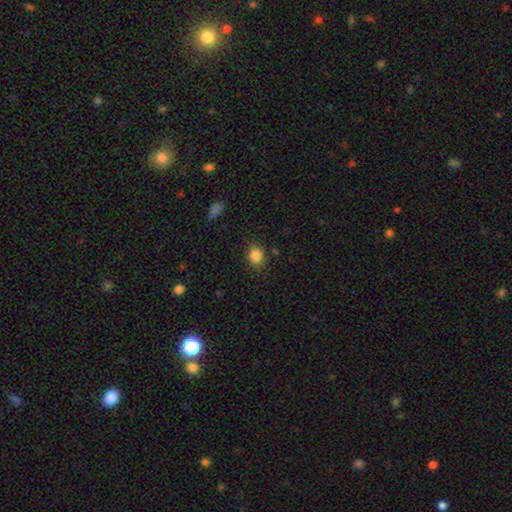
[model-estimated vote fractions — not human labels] smooth-or-featured: smooth: 86% | star or artifact: 10% | featured or disk: 4%
  how-rounded: round: 60% | in between: 39% | cigar-shaped: 1%
  merging: none: 80% | minor disturbance: 14% | major disturbance: 4% | merger: 2%